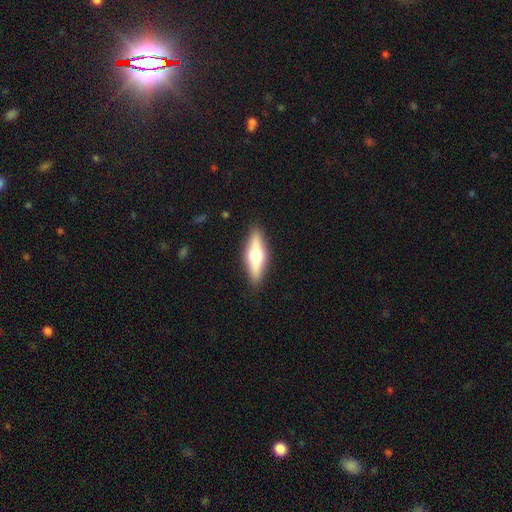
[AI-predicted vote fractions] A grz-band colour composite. It shows a featured or disk galaxy (50%) viewed edge-on (91%). Merging: none (89%).